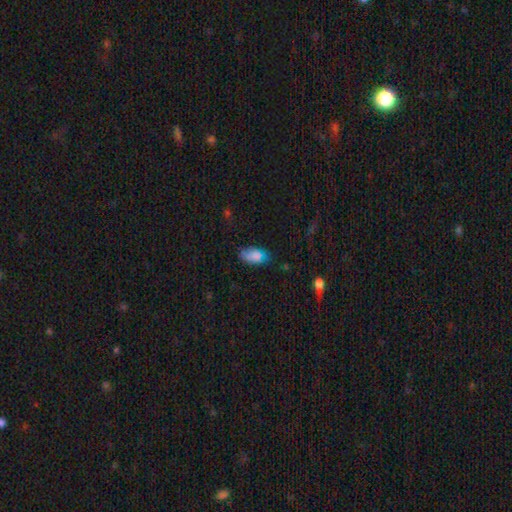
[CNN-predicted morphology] The model was most divided on "merging": none: 59%, minor disturbance: 28%, major disturbance: 9%, merger: 4%. More confident: how rounded — in between (91%); smooth or featured — smooth (78%).